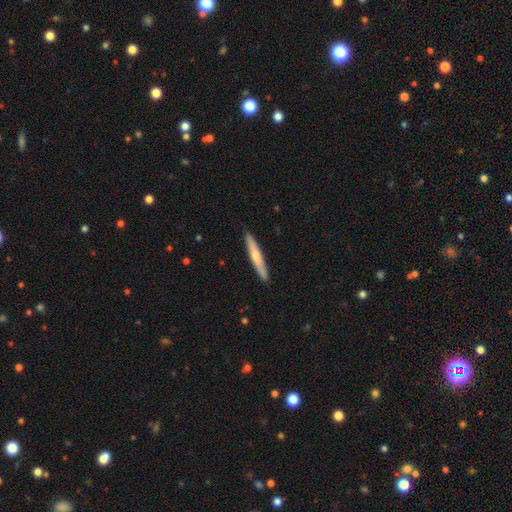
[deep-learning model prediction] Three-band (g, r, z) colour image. It shows a featured or disk galaxy (51%) viewed edge-on (93%). Merging: none (91%).